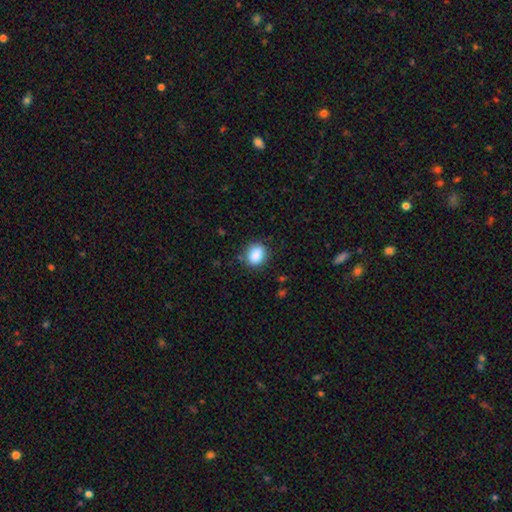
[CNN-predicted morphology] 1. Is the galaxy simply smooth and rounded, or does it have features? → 87% smooth, 8% star or artifact, 4% featured or disk.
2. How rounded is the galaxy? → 55% in between, 44% round, 1% cigar-shaped.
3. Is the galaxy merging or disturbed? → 84% none, 12% minor disturbance, 3% major disturbance, 1% merger.